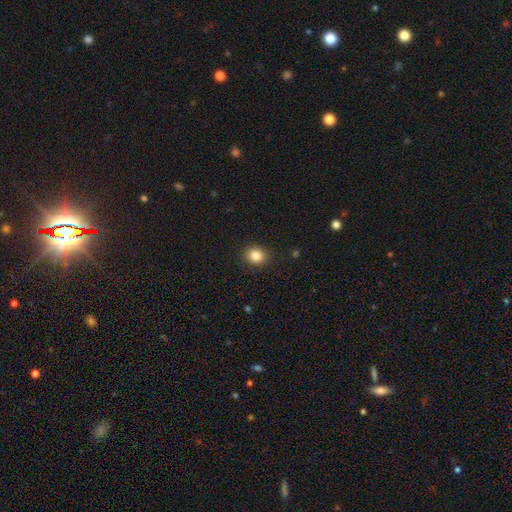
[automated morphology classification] Q: Smooth or featured?
A: smooth (85%); runner-up: star or artifact (10%)
Q: How rounded?
A: round (63%); runner-up: in between (36%)
Q: Merging?
A: none (89%); runner-up: minor disturbance (8%)